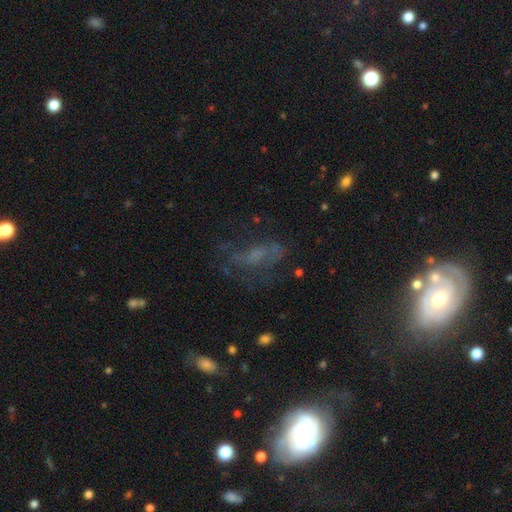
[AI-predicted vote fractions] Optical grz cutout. It shows a featured or disk galaxy (43%). Merging: none (49%).